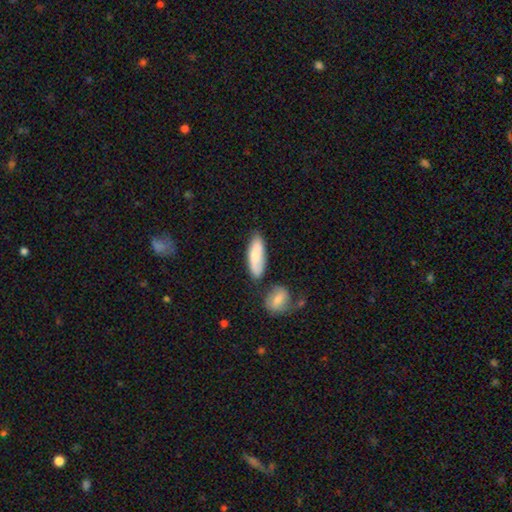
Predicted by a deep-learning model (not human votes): This appears to be a smooth galaxy with no disk features (76%) that is in between round and cigar-shaped (61%). Merging: none (64%).